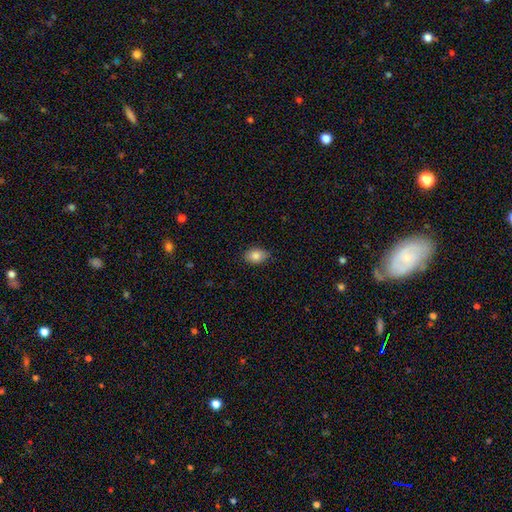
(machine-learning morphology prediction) Smooth or featured? Predicted: smooth (p=0.84). How rounded? Predicted: in between (p=0.82). Merging? Predicted: none (p=0.83).